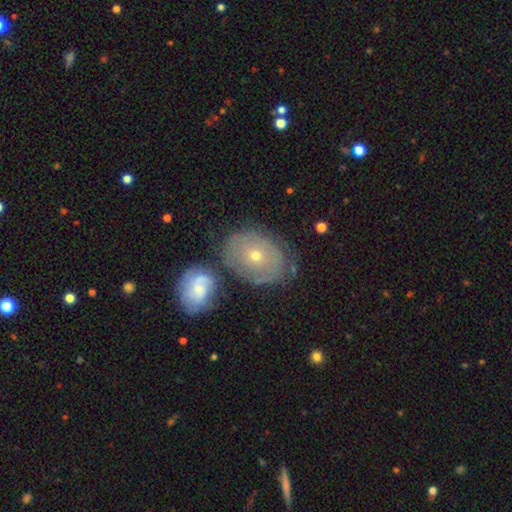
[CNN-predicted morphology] type=featured or disk (59%); edge-on=no (95%); bar=no (87%); spiral arms=yes (58%); bulge=small (57%); merging=none (58%).